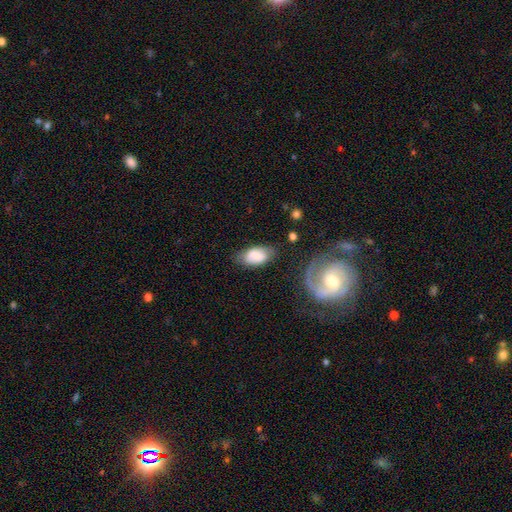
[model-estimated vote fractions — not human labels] Smooth or featured?
  - smooth: 78% *
  - featured or disk: 15%
  - star or artifact: 7%
How rounded?
  - in between: 93% *
  - round: 4%
  - cigar-shaped: 3%
Merging?
  - none: 66% *
  - minor disturbance: 23%
  - major disturbance: 7%
  - merger: 4%